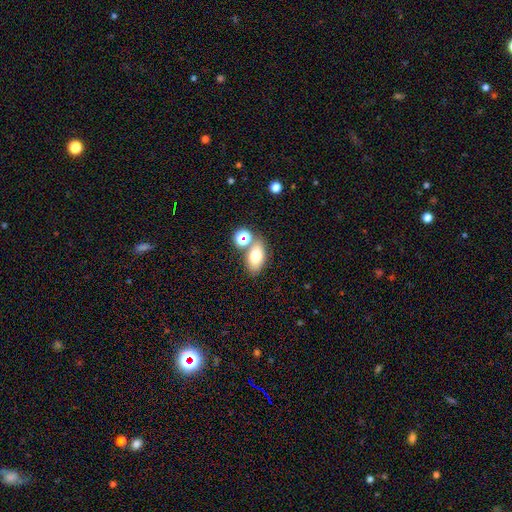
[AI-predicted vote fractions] Smooth or featured?
  - smooth: 73% *
  - featured or disk: 15%
  - star or artifact: 12%
How rounded?
  - in between: 84% *
  - round: 13%
  - cigar-shaped: 3%
Merging?
  - none: 65% *
  - merger: 19%
  - minor disturbance: 12%
  - major disturbance: 4%